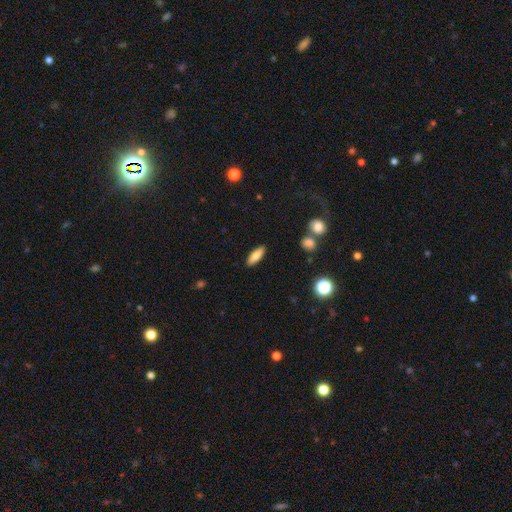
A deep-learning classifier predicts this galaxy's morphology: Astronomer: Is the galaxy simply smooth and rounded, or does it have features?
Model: smooth — 81%.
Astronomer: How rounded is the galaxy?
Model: in between — 63%.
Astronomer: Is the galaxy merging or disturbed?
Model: none — 89%.